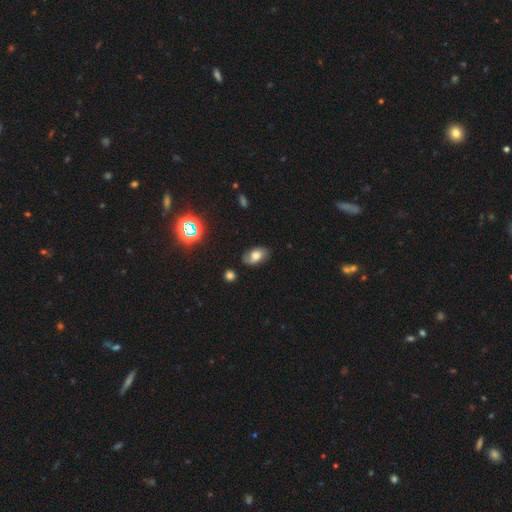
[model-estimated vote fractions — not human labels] A smooth galaxy with no disk features (58%) that is in between round and cigar-shaped (90%). Merging: none (74%).